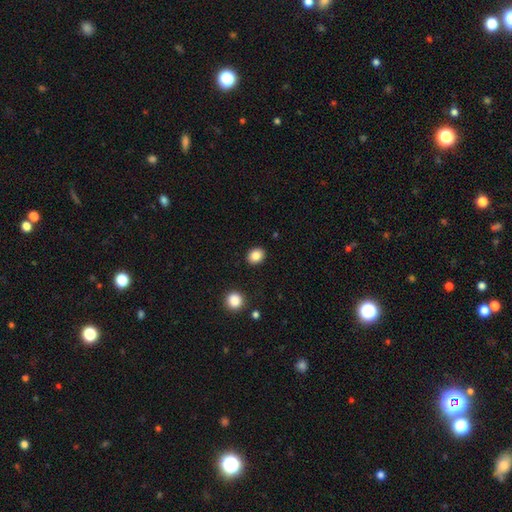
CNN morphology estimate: Overall: smooth (86%). How rounded: round (52%; in between 47%). Merging: none (90%).